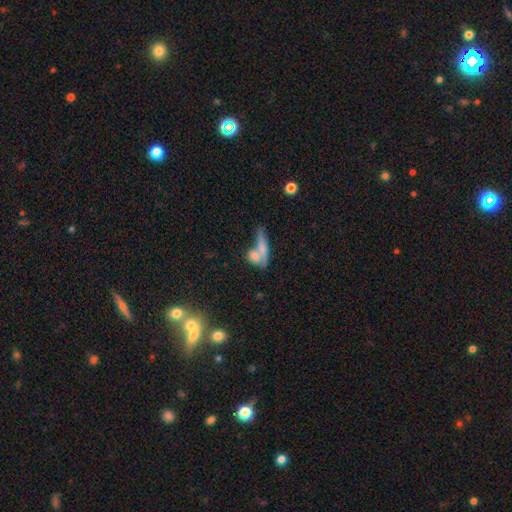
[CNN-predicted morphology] smooth 69%, featured or disk 21%, star or artifact 9%. Down the decision tree: how rounded — in between (52%); merging — merger (51%).